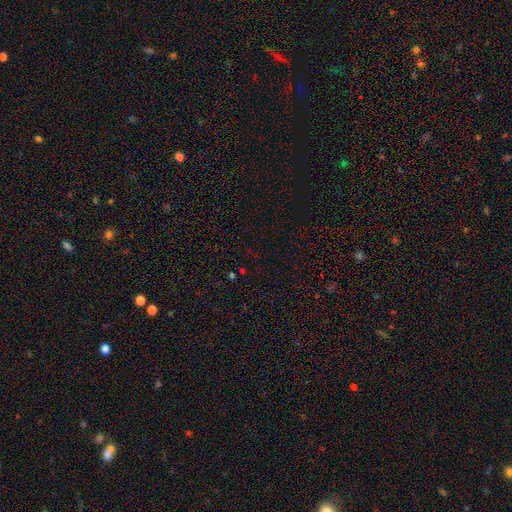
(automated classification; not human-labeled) Q: Smooth or featured?
A: star or artifact (67%); runner-up: smooth (25%)